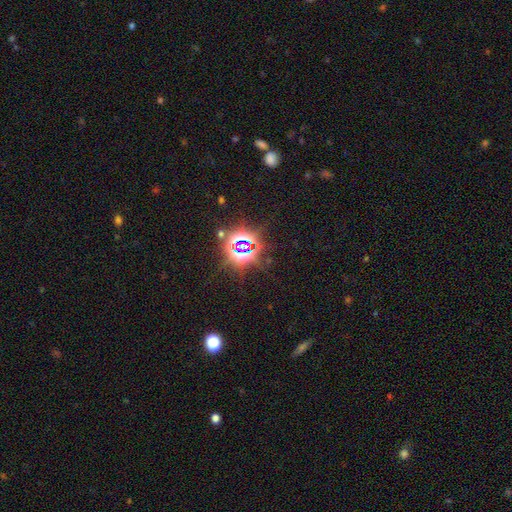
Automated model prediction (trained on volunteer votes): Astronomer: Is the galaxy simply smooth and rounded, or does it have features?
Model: star or artifact — 83%.